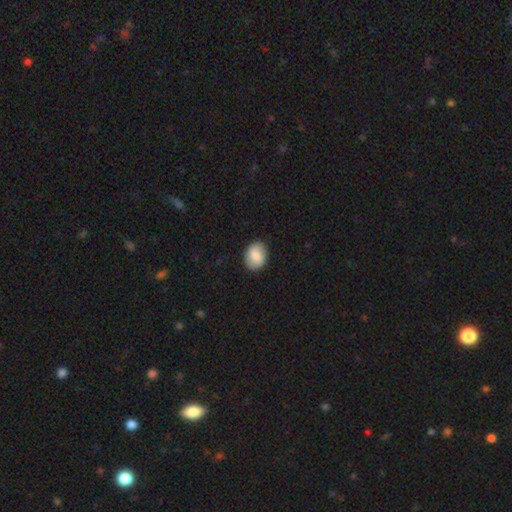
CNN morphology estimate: smooth-or-featured: smooth: 82% | featured or disk: 11% | star or artifact: 7%
  how-rounded: in between: 65% | round: 34% | cigar-shaped: 1%
  merging: none: 85% | minor disturbance: 12% | major disturbance: 3% | merger: 1%